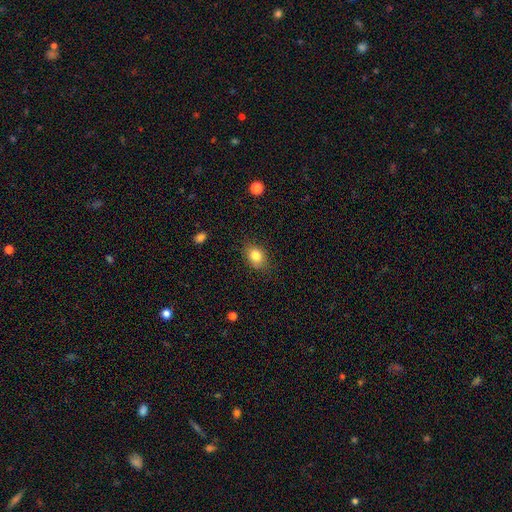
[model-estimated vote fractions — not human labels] smooth_or_featured: smooth (p=0.81) [alt: star or artifact p=0.10]
how_rounded: in between (p=0.60) [alt: round p=0.39]
merging: none (p=0.81) [alt: minor disturbance p=0.15]